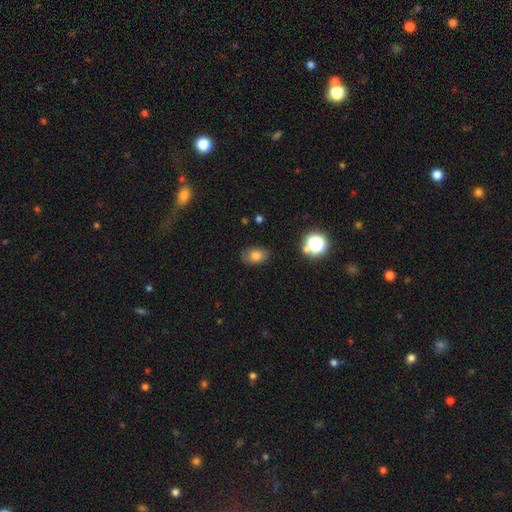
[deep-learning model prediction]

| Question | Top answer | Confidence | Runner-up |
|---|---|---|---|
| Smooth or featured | smooth | 77% | star or artifact (13%) |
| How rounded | in between | 76% | round (23%) |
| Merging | none | 77% | minor disturbance (17%) |